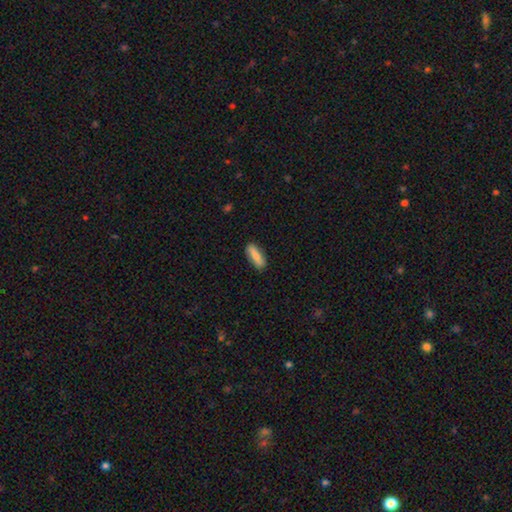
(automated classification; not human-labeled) Q: Smooth or featured?
A: smooth (82%); runner-up: featured or disk (12%)
Q: How rounded?
A: in between (54%); runner-up: cigar-shaped (44%)
Q: Merging?
A: none (86%); runner-up: minor disturbance (11%)